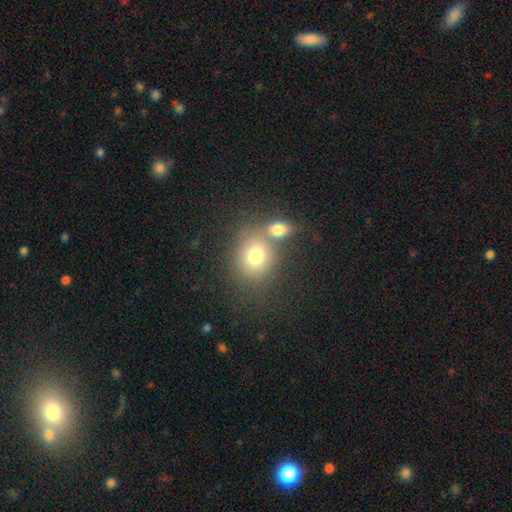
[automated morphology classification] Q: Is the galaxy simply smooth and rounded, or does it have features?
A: smooth — 75%.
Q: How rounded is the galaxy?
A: round — 69%.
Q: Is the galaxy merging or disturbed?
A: none — 51%.